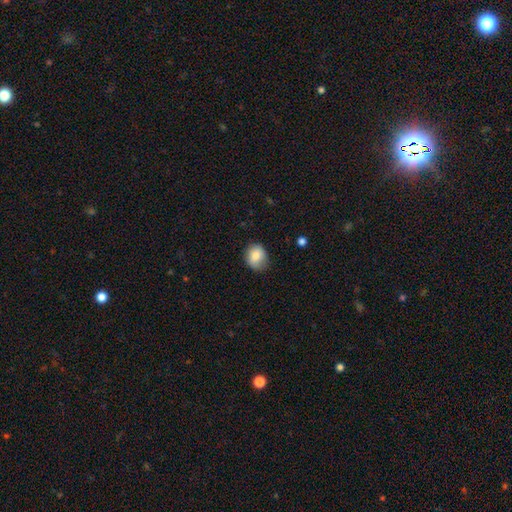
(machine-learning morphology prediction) Smooth or featured?
  - smooth: 81% *
  - featured or disk: 10%
  - star or artifact: 8%
How rounded?
  - round: 68% *
  - in between: 31%
  - cigar-shaped: 1%
Merging?
  - none: 77% *
  - minor disturbance: 18%
  - major disturbance: 4%
  - merger: 1%